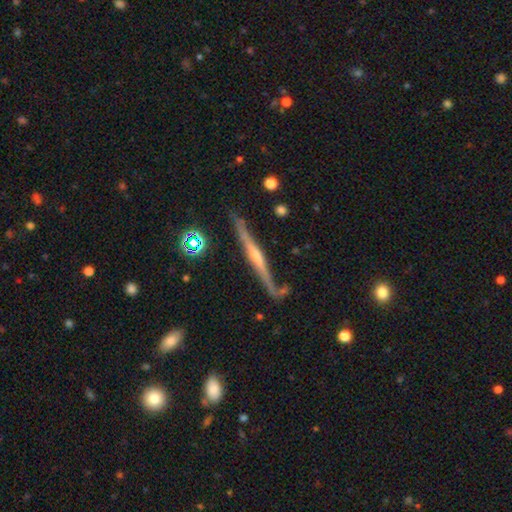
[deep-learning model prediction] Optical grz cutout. It shows a featured or disk galaxy (72%) viewed edge-on (95%) with a rounded central bulge (49%). Merging: none (74%).